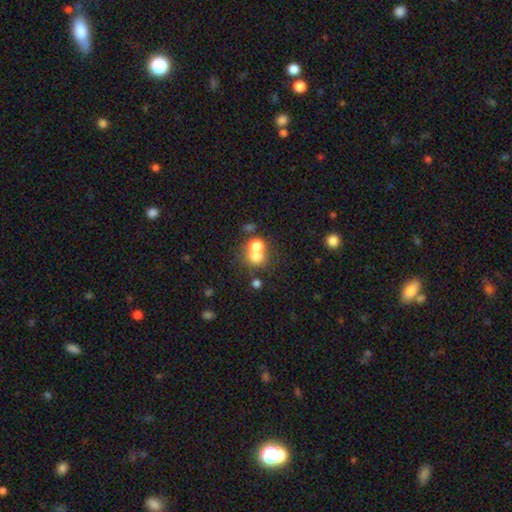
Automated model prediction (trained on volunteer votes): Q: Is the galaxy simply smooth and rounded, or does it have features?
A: smooth — 69%.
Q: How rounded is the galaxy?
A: round — 79%.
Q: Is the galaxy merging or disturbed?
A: merger — 47%.